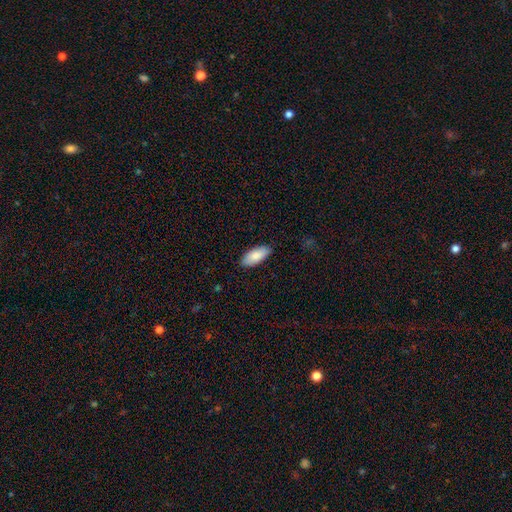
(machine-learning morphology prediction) Smooth or featured?
  - smooth: 85% *
  - featured or disk: 9%
  - star or artifact: 5%
How rounded?
  - in between: 87% *
  - cigar-shaped: 11%
  - round: 2%
Merging?
  - none: 87% *
  - minor disturbance: 10%
  - major disturbance: 2%
  - merger: 1%